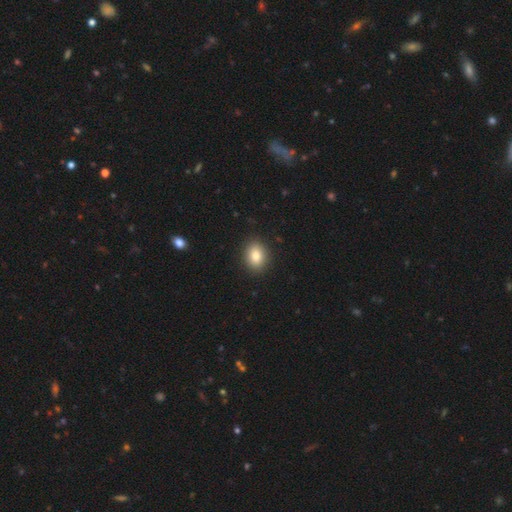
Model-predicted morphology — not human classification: smooth 83%, star or artifact 9%, featured or disk 8%. Down the decision tree: how rounded — in between (60%); merging — none (90%).